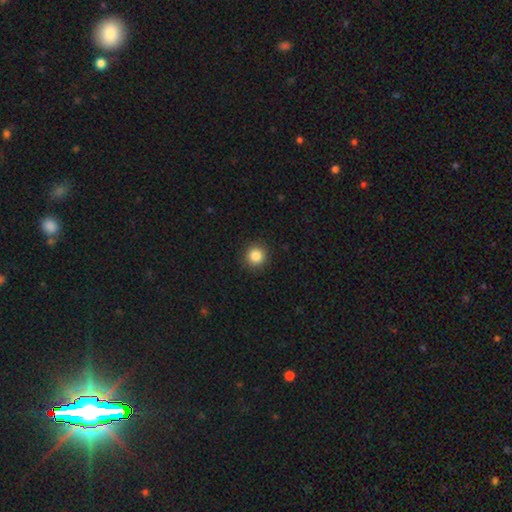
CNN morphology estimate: Smooth or featured? Predicted: smooth (p=0.85). How rounded? Predicted: round (p=0.94). Merging? Predicted: none (p=0.92).